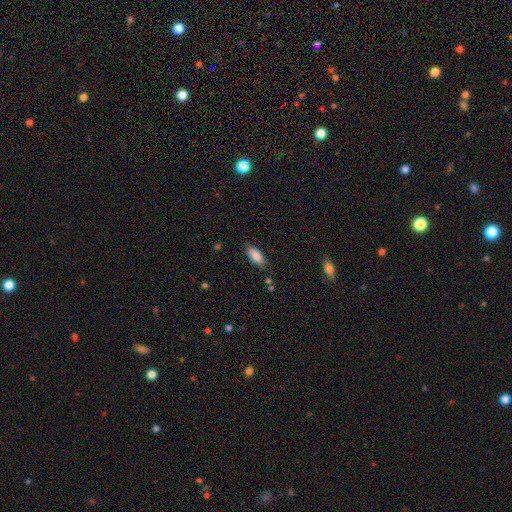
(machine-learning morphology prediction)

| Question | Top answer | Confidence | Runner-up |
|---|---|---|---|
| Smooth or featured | smooth | 86% | featured or disk (7%) |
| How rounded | in between | 79% | cigar-shaped (20%) |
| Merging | none | 83% | minor disturbance (12%) |